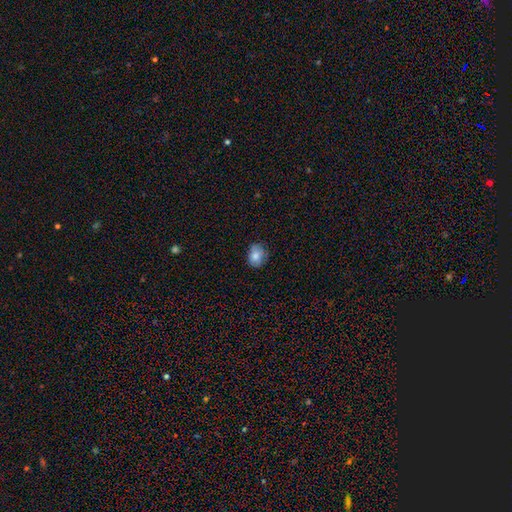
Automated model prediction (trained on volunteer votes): Overall: smooth (81%). How rounded: round (50%; in between 49%). Merging: none (74%).